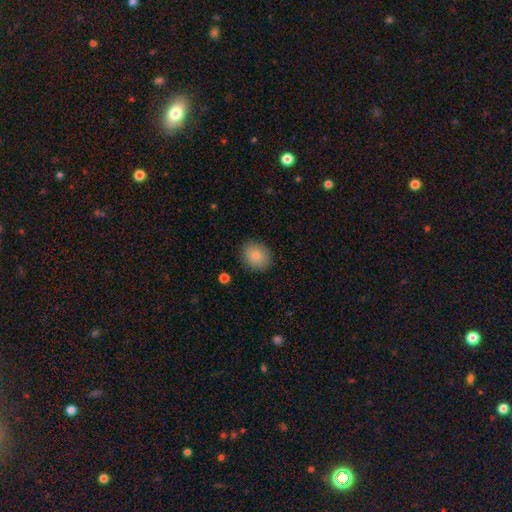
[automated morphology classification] Smooth or featured: smooth — 83% (featured or disk — 9%)
How rounded: round — 67% (in between — 32%)
Merging: none — 88% (minor disturbance — 9%)